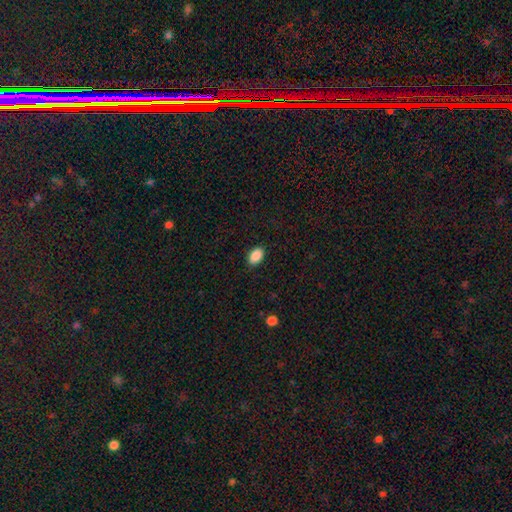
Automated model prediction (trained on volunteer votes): smooth-or-featured: smooth: 90% | star or artifact: 8% | featured or disk: 3%
  how-rounded: in between: 90% | round: 9% | cigar-shaped: 1%
  merging: none: 89% | minor disturbance: 8% | major disturbance: 2% | merger: 1%